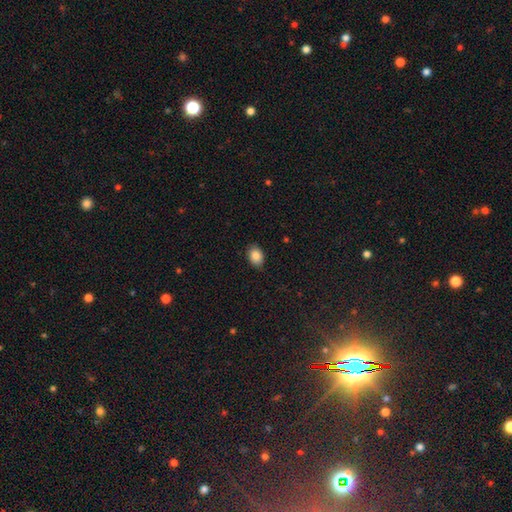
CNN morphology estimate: This appears to be a smooth galaxy with no disk features (86%) that is in between round and cigar-shaped (76%). Merging: none (85%).